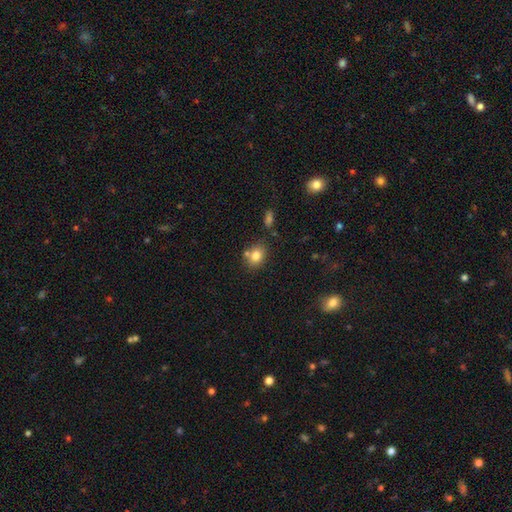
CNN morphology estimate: A smooth galaxy with no disk features (80%) that is in between round and cigar-shaped (54%). Merging: none (67%).